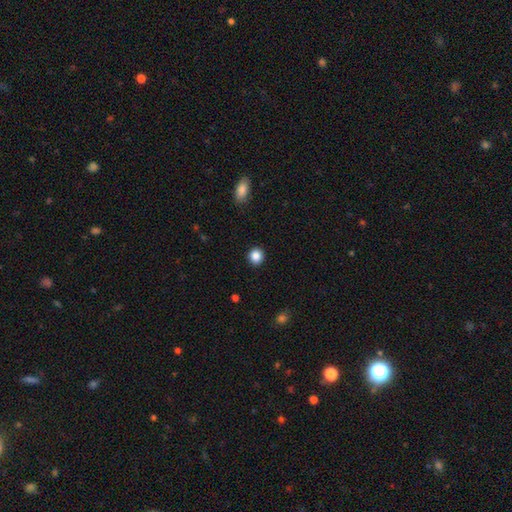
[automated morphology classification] smooth 87%, star or artifact 10%, featured or disk 3%. Down the decision tree: how rounded — round (88%); merging — none (92%).